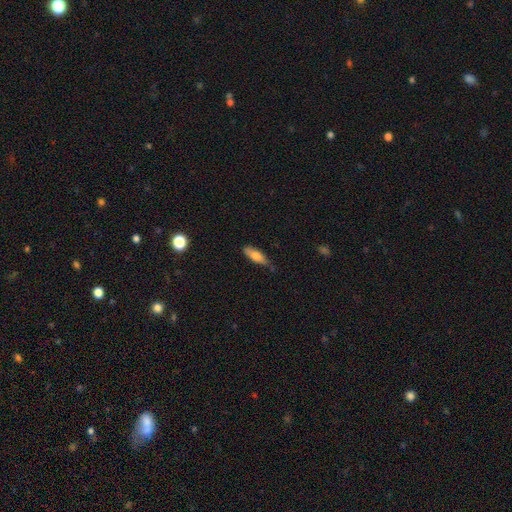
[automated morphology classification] Smooth or featured?
  - smooth: 74% *
  - featured or disk: 20%
  - star or artifact: 7%
How rounded?
  - in between: 53% *
  - cigar-shaped: 45%
  - round: 2%
Merging?
  - none: 61% *
  - minor disturbance: 31%
  - major disturbance: 5%
  - merger: 3%